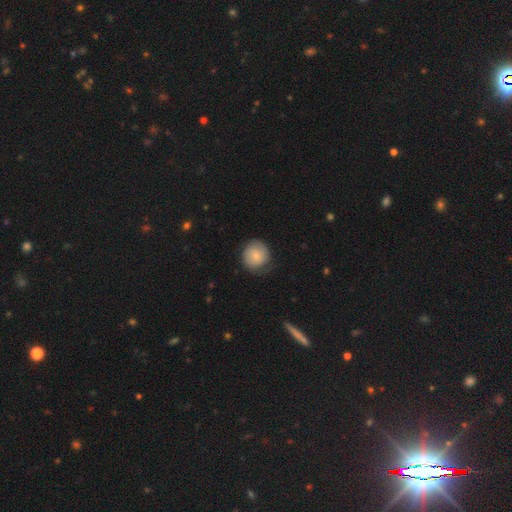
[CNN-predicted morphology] Overall: smooth (71%). How rounded: round (89%). Merging: none (71%).